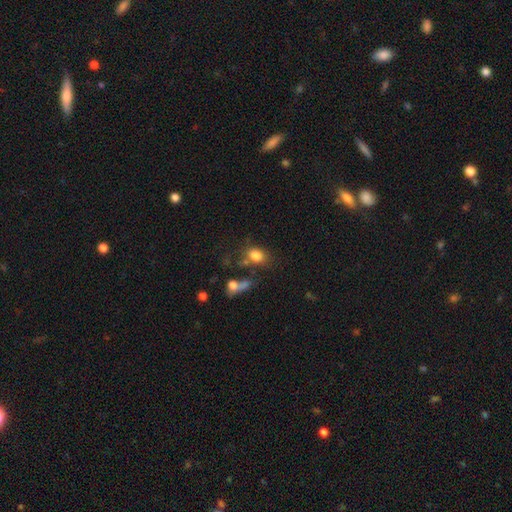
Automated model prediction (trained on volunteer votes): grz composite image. It shows a smooth galaxy with no disk features (80%) that is in between round and cigar-shaped (65%). Merging: none (53%).